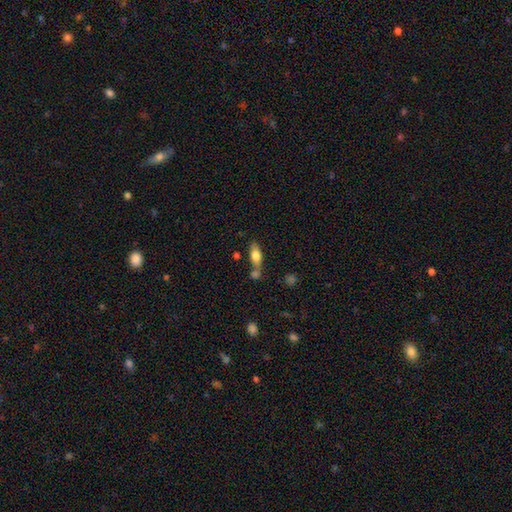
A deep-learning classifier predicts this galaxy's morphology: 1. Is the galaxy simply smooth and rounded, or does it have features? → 67% smooth, 25% featured or disk, 7% star or artifact.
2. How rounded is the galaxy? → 70% in between, 26% cigar-shaped, 4% round.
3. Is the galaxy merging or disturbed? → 51% none, 30% merger, 14% minor disturbance, 5% major disturbance.